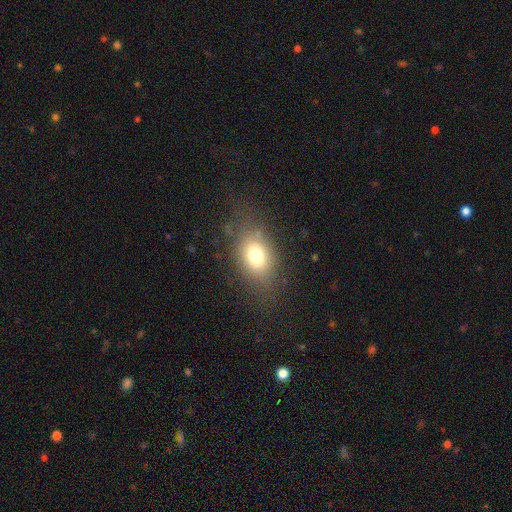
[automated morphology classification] Smooth or featured? smooth (73%)
How rounded? in between (72%)
Merging? none (73%)